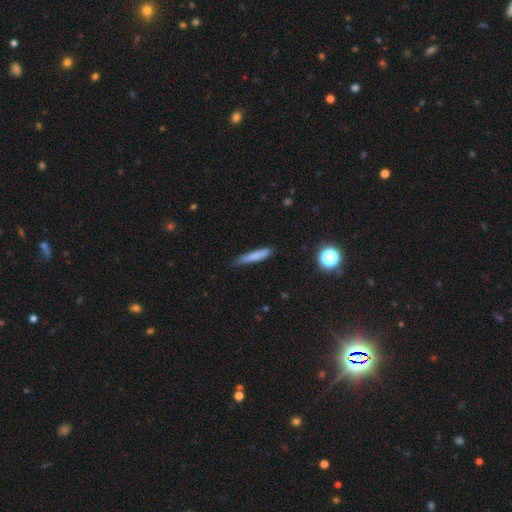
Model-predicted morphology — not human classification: The model was most divided on "merging": none: 76%, minor disturbance: 19%, major disturbance: 3%, merger: 2%. More confident: how rounded — cigar-shaped (90%); smooth or featured — smooth (78%).